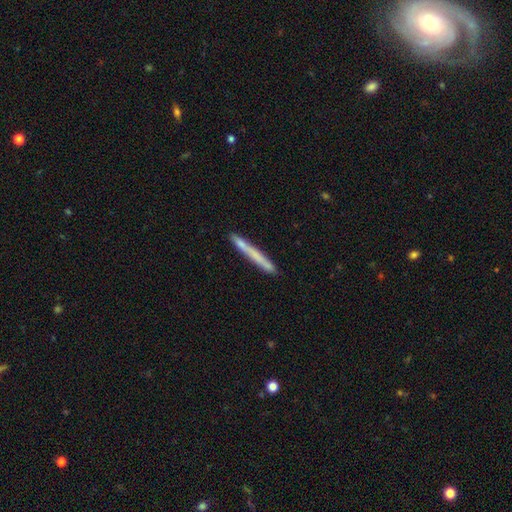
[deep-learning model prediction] smooth-or-featured: smooth: 62% | featured or disk: 31% | star or artifact: 6%
  how-rounded: cigar-shaped: 97% | in between: 2% | round: 1%
  merging: none: 85% | minor disturbance: 11% | merger: 3% | major disturbance: 2%